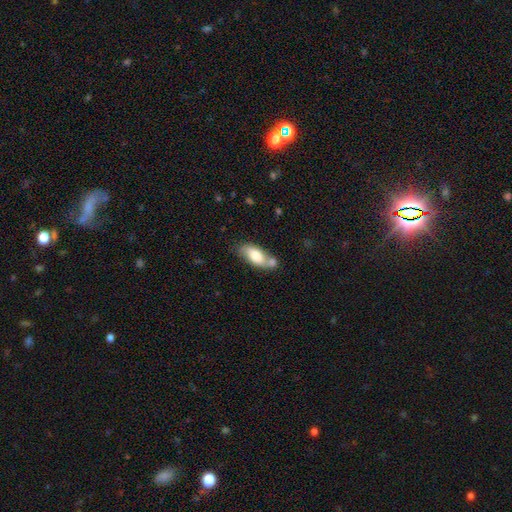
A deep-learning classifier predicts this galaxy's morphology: smooth_or_featured: smooth (p=0.70) [alt: featured or disk p=0.23]
how_rounded: in between (p=0.84) [alt: cigar-shaped p=0.13]
merging: none (p=0.48) [alt: merger p=0.30]